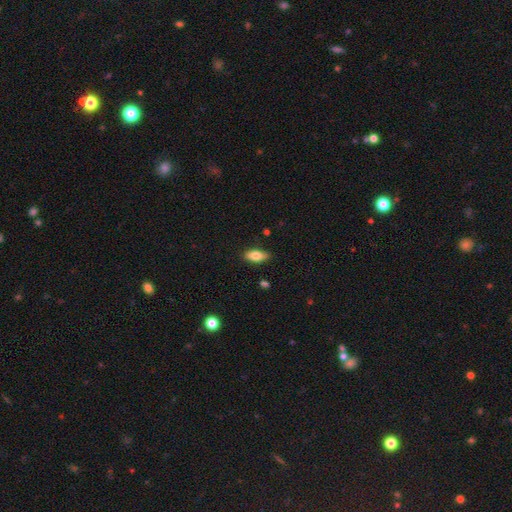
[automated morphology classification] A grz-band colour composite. It shows a smooth galaxy with no disk features (78%) that is in between round and cigar-shaped (83%). Merging: none (83%).